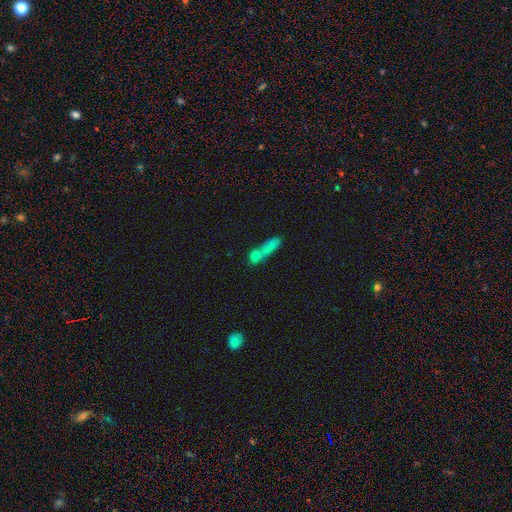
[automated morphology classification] Q: Smooth or featured?
A: smooth (68%); runner-up: featured or disk (17%)
Q: How rounded?
A: cigar-shaped (40%); runner-up: in between (34%)
Q: Merging?
A: merger (46%); runner-up: none (31%)